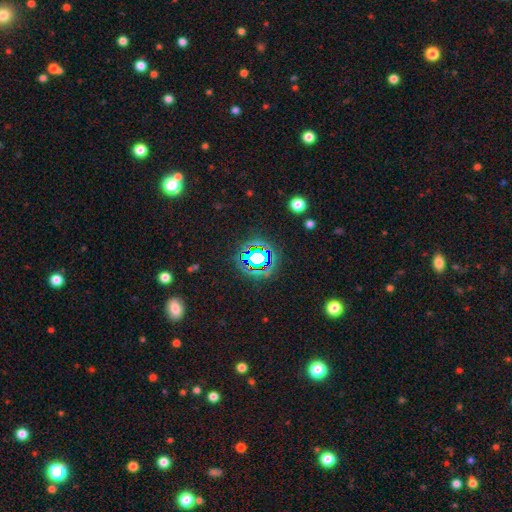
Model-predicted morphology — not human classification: Smooth or featured: star or artifact — 67% (smooth — 20%)